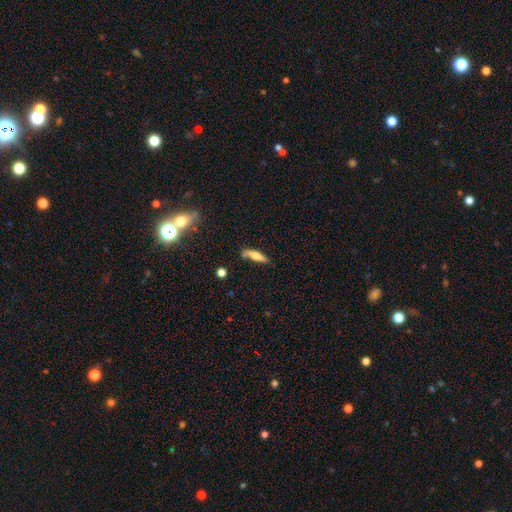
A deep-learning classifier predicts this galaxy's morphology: Smooth or featured: smooth — 61% (featured or disk — 32%)
How rounded: cigar-shaped — 72% (in between — 26%)
Merging: none — 64% (minor disturbance — 24%)